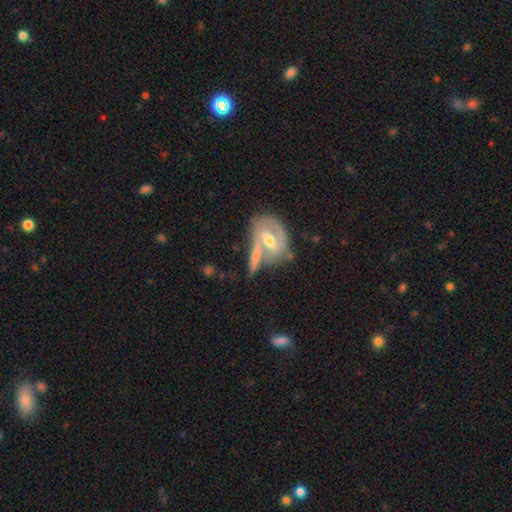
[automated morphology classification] smooth_or_featured: featured or disk (p=0.57) [alt: smooth p=0.36]
disk_edge_on: no (p=0.72) [alt: yes p=0.28]
merging: none (p=0.43) [alt: merger p=0.33]